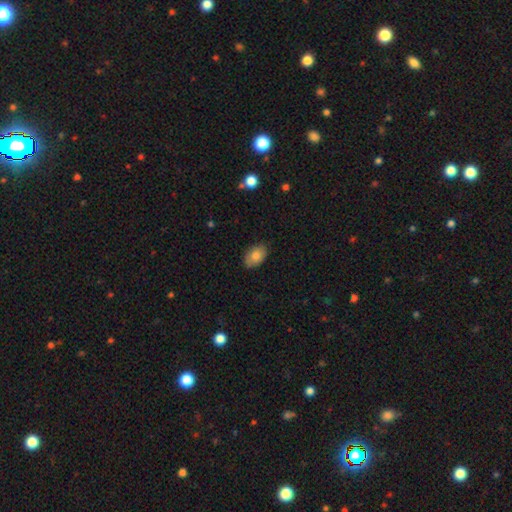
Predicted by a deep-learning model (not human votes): Smooth or featured?
  - smooth: 80% *
  - featured or disk: 12%
  - star or artifact: 7%
How rounded?
  - in between: 88% *
  - round: 10%
  - cigar-shaped: 1%
Merging?
  - none: 84% *
  - minor disturbance: 12%
  - major disturbance: 2%
  - merger: 1%